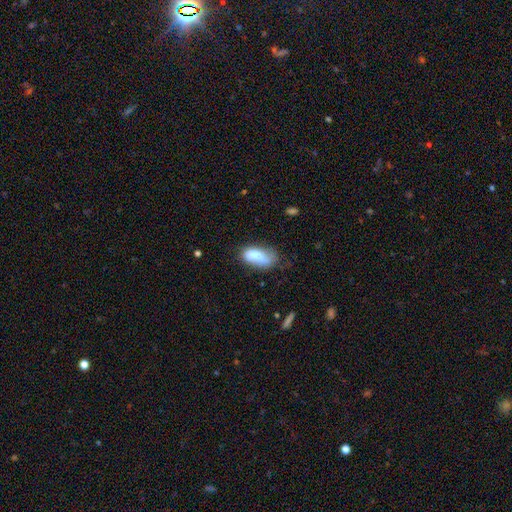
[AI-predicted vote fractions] smooth-or-featured: smooth: 77% | featured or disk: 15% | star or artifact: 8%
  how-rounded: in between: 86% | cigar-shaped: 11% | round: 3%
  merging: none: 43% | minor disturbance: 34% | major disturbance: 17% | merger: 6%